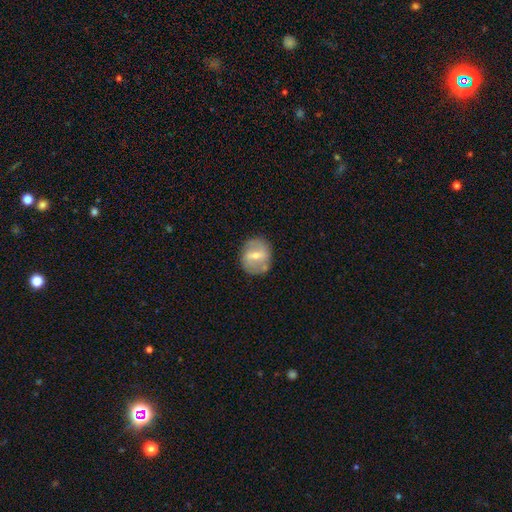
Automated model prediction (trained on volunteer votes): A featured or disk galaxy (54%) with a weak bar (44%), no spiral arms (53%) and a moderate central bulge (50%).

Vote fractions:
- Smooth or featured? featured or disk: 54% / smooth: 39% / star or artifact: 7%
- Edge-on disk? no: 95% / yes: 5%
- Bar? weak: 44% / strong: 42% / no: 14%
- Spiral arms? no: 53% / yes: 47%
- Bulge size? moderate: 50% / small: 43% / none: 3% / large: 3% / dominant: 1%
- Merging? none: 75% / minor disturbance: 16% / major disturbance: 5% / merger: 3%